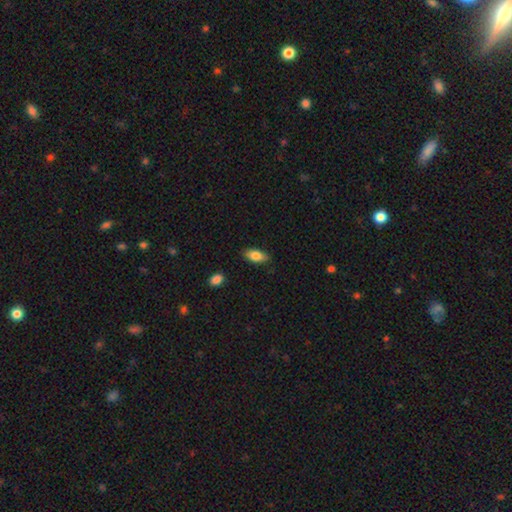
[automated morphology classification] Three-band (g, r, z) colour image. It shows a smooth galaxy with no disk features (82%) that is in between round and cigar-shaped (89%). Merging: none (86%).